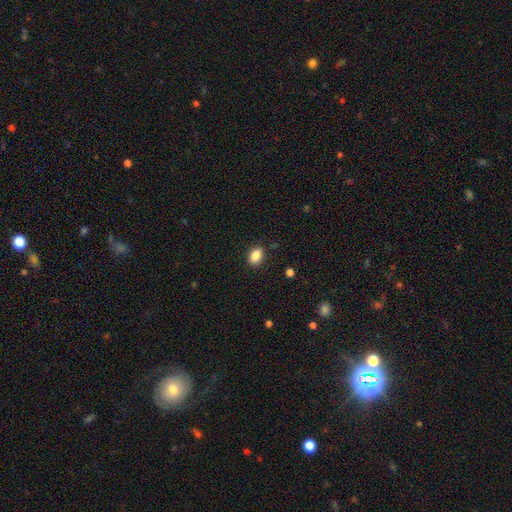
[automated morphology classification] type=smooth (86%); roundness=in between (84%); merging=none (85%).